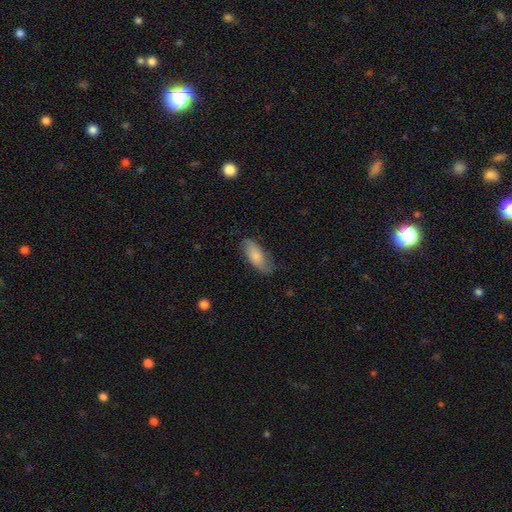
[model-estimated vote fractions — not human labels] smooth_or_featured: smooth (p=0.72) [alt: featured or disk p=0.22]
how_rounded: in between (p=0.83) [alt: cigar-shaped p=0.15]
merging: none (p=0.71) [alt: minor disturbance p=0.22]